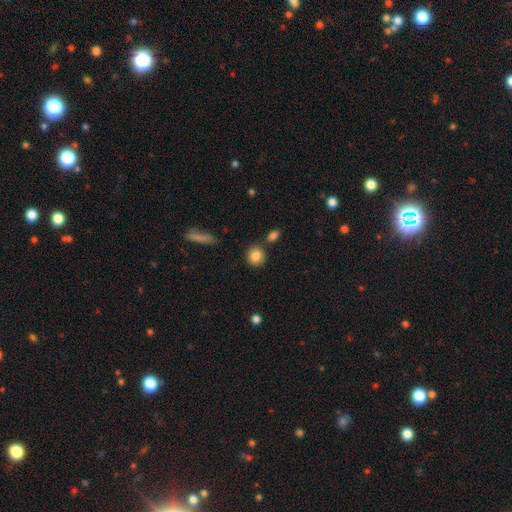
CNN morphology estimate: smooth_or_featured: smooth (p=0.85) [alt: star or artifact p=0.08]
how_rounded: round (p=0.82) [alt: in between p=0.17]
merging: none (p=0.78) [alt: minor disturbance p=0.10]